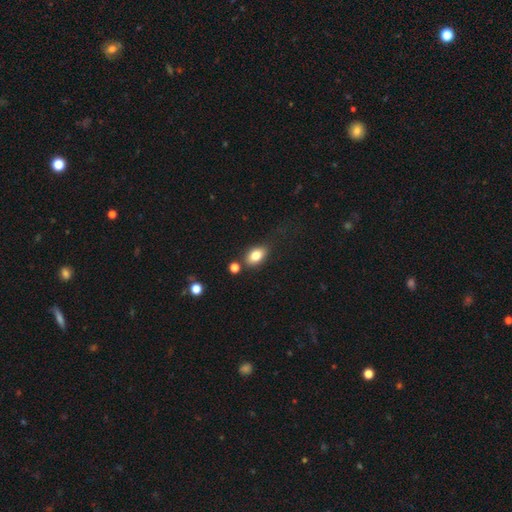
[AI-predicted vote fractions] smooth-or-featured: smooth: 80% | featured or disk: 11% | star or artifact: 9%
  how-rounded: in between: 84% | round: 13% | cigar-shaped: 3%
  merging: none: 70% | minor disturbance: 16% | merger: 9% | major disturbance: 5%